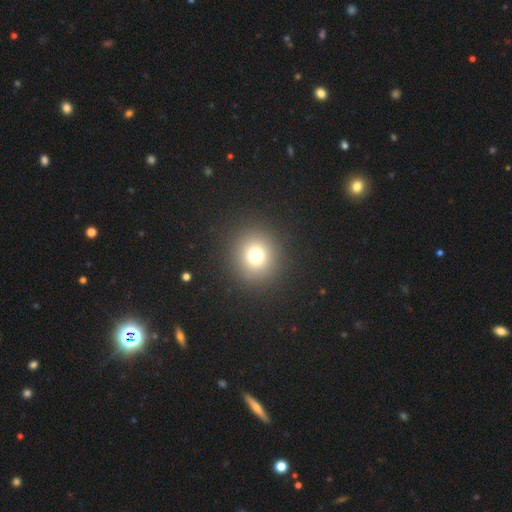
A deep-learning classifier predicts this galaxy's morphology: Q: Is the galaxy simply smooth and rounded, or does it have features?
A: smooth — 75%.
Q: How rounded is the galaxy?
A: round — 90%.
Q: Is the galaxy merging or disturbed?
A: none — 91%.